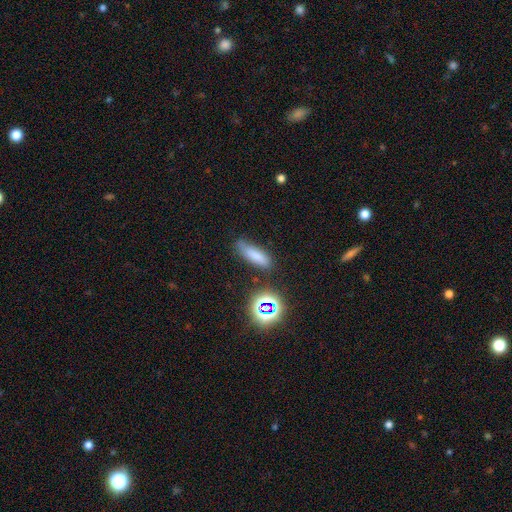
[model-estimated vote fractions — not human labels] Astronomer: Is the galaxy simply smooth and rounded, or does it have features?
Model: smooth — 73%.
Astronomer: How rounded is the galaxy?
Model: cigar-shaped — 50% (runner-up: in between, 45%).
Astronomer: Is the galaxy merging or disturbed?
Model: none — 70%.